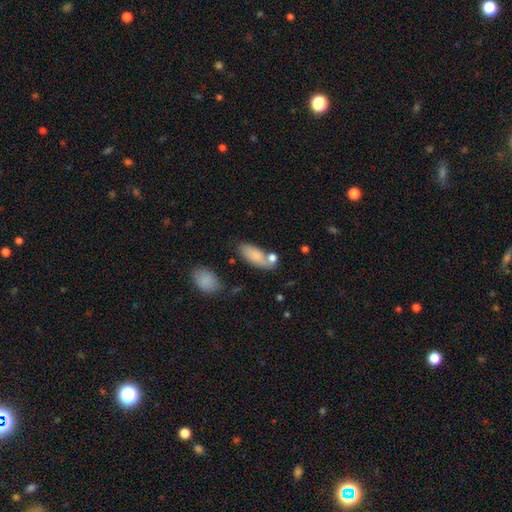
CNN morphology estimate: Smooth or featured? Predicted: smooth (p=0.81). How rounded? Predicted: in between (p=0.86). Merging? Predicted: none (p=0.56).